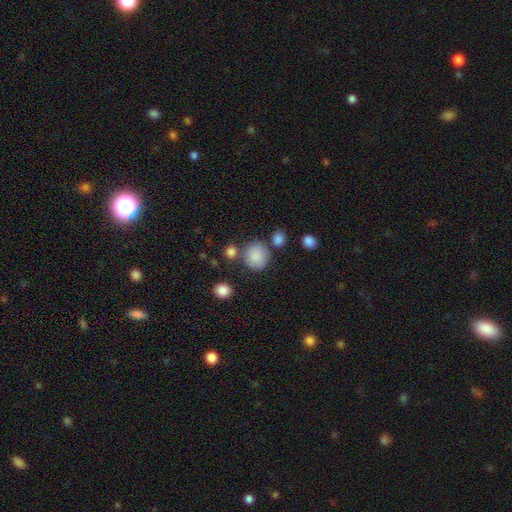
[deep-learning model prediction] A smooth galaxy with no disk features (85%) that is round (80%). Merging: none (69%).